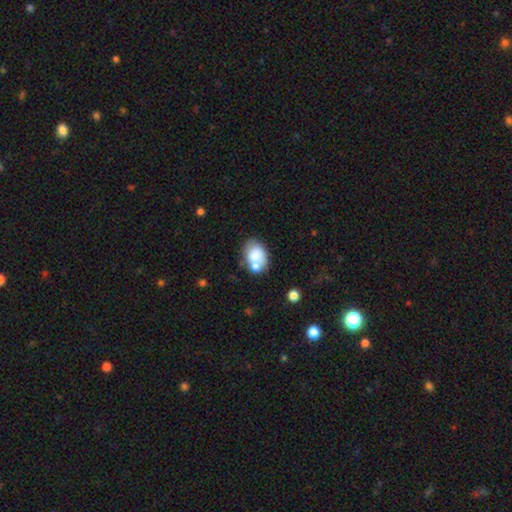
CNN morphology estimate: Smooth or featured? smooth (74%)
How rounded? in between (73%)
Merging? none (43%)